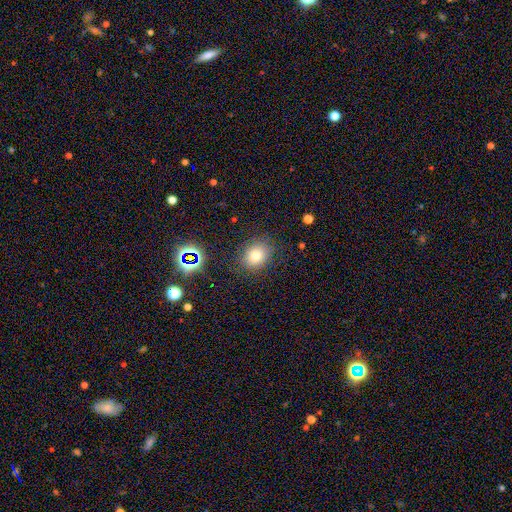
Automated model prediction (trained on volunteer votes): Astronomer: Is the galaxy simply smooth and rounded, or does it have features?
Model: smooth — 75%.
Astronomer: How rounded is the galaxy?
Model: round — 57% (runner-up: in between, 42%).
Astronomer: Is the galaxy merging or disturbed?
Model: none — 84%.